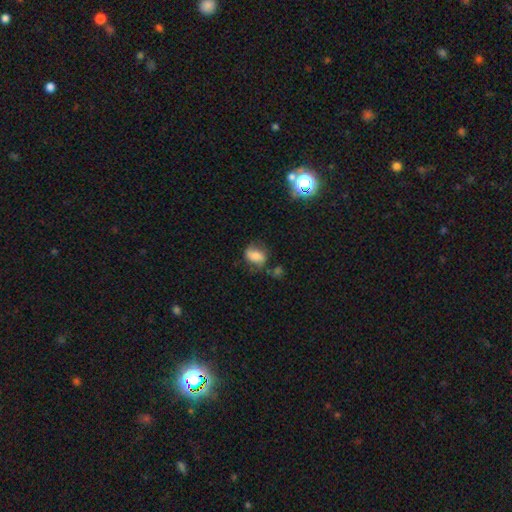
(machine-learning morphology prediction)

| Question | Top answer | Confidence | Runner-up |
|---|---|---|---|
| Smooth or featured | smooth | 63% | featured or disk (27%) |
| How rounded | in between | 72% | round (26%) |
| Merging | none | 54% | minor disturbance (27%) |